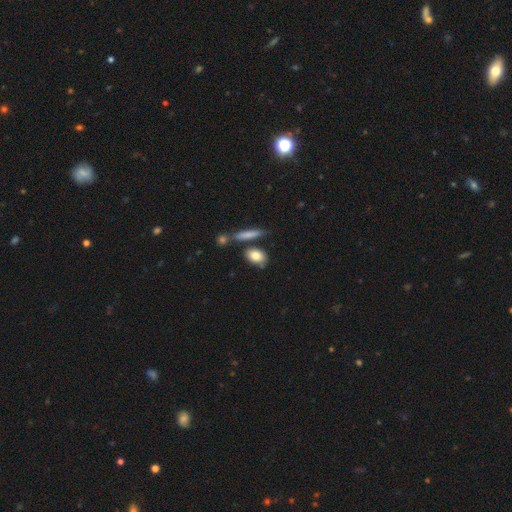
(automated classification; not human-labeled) smooth_or_featured: smooth (p=0.80) [alt: featured or disk p=0.12]
how_rounded: in between (p=0.75) [alt: round p=0.16]
merging: none (p=0.63) [alt: minor disturbance p=0.16]